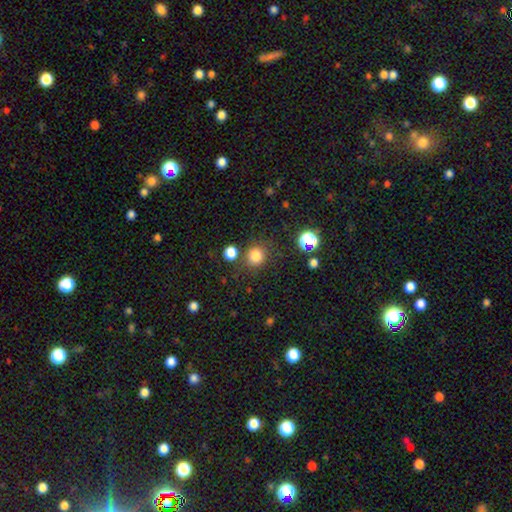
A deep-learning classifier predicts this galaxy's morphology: type=smooth (79%); roundness=round (88%); merging=none (78%).